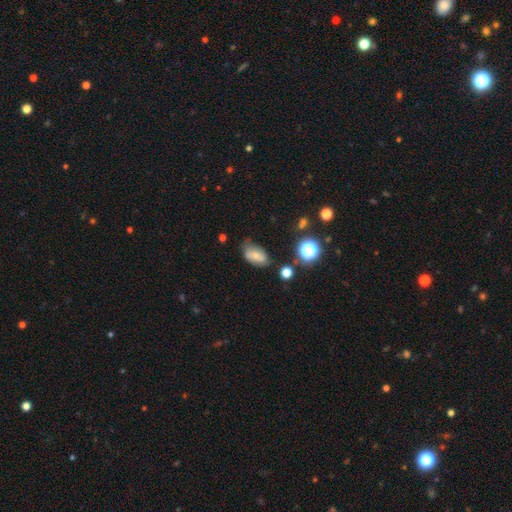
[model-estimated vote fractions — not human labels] Q: Smooth or featured?
A: smooth (64%); runner-up: featured or disk (23%)
Q: How rounded?
A: in between (88%); runner-up: round (9%)
Q: Merging?
A: none (53%); runner-up: minor disturbance (33%)